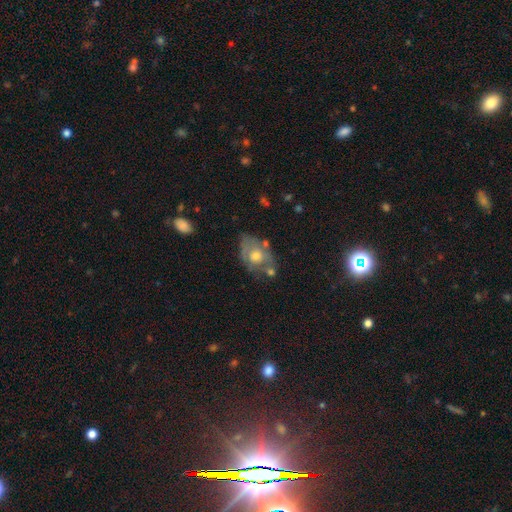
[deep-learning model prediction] This is possibly a featured or disk galaxy (52%). It is clearly not viewed edge-on (94%). Merging: marginally none (44%).